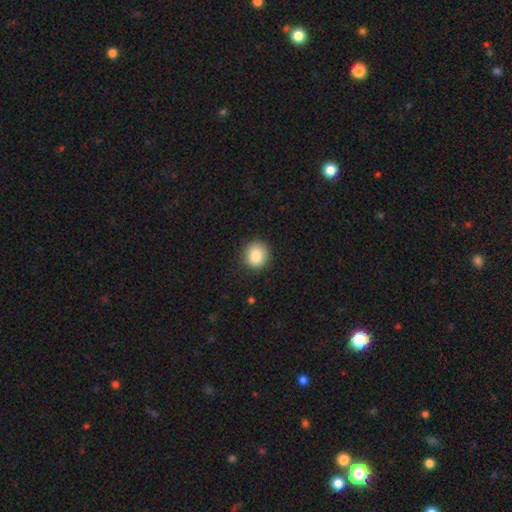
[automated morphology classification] smooth_or_featured: smooth (p=0.86) [alt: star or artifact p=0.09]
how_rounded: round (p=0.87) [alt: in between p=0.12]
merging: none (p=0.89) [alt: minor disturbance p=0.08]